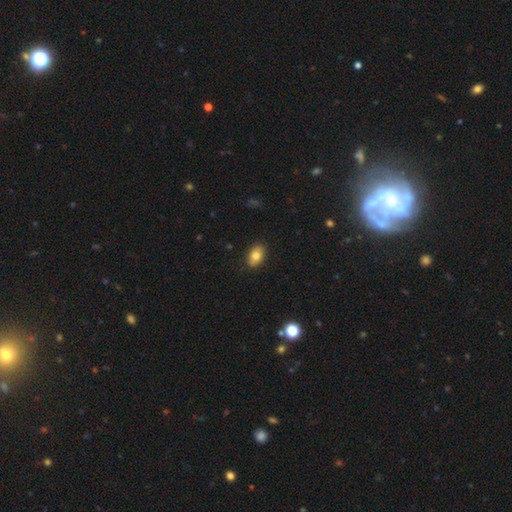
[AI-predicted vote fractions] Smooth or featured: smooth — 82% (featured or disk — 10%)
How rounded: in between — 87% (round — 11%)
Merging: none — 86% (minor disturbance — 11%)